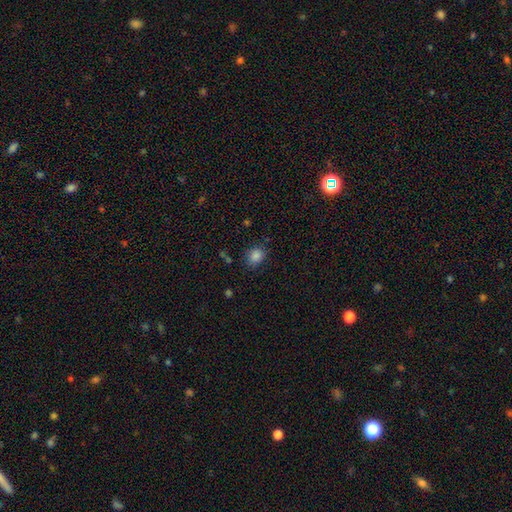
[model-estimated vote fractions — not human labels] The model was most divided on "how rounded": round: 63%, in between: 36%, cigar-shaped: 1%. More confident: smooth or featured — smooth (84%); merging — none (77%).